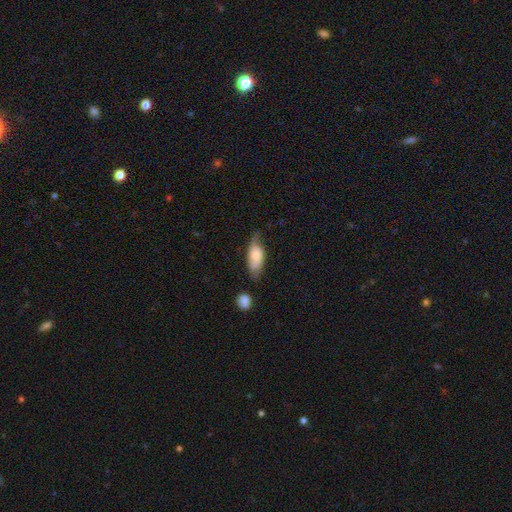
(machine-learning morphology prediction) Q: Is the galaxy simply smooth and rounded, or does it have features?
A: smooth — 70%.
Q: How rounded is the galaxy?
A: in between — 80%.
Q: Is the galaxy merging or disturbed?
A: none — 45%.